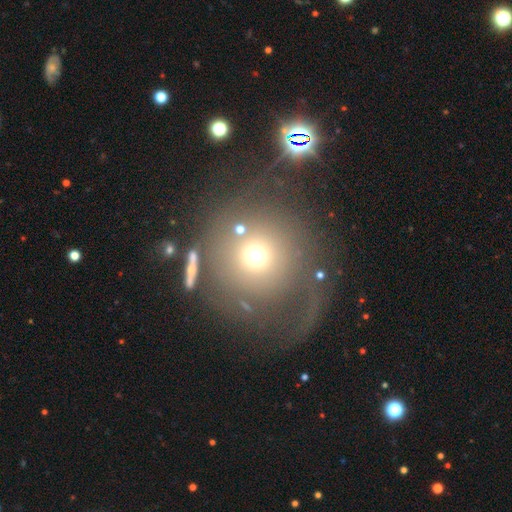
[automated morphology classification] This is possibly a smooth galaxy (57%). How rounded: clearly round (93%). Merging: possibly none (51%).